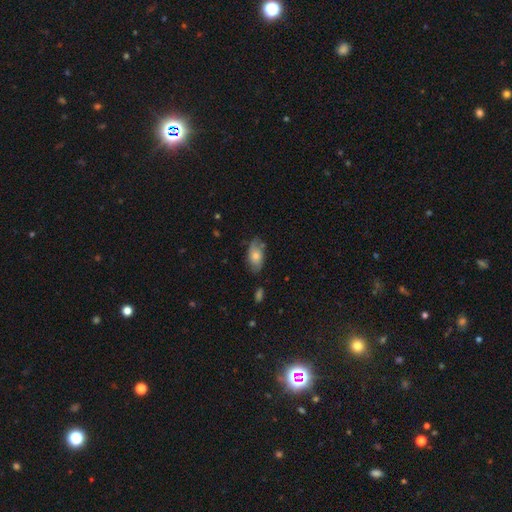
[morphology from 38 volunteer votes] type=smooth (68%); roundness=in between (85%); merging=none (65%).